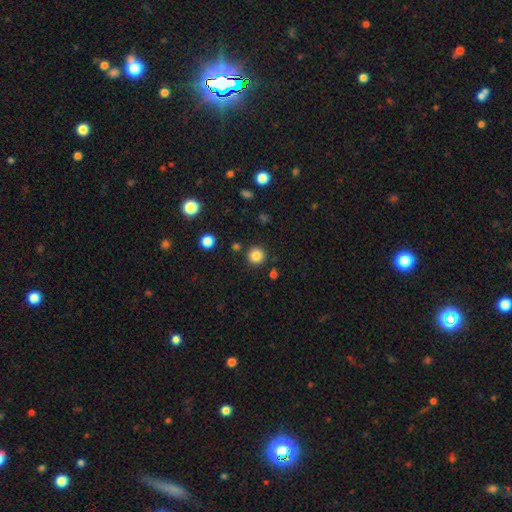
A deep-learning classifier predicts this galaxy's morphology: Smooth or featured? Predicted: smooth (p=0.85). How rounded? Predicted: round (p=0.95). Merging? Predicted: none (p=0.88).